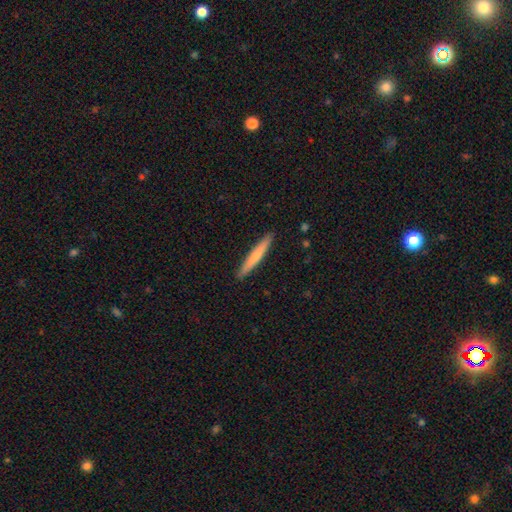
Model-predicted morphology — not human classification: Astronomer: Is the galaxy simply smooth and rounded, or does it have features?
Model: smooth — 63%.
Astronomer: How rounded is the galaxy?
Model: cigar-shaped — 96%.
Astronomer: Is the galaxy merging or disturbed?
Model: none — 92%.